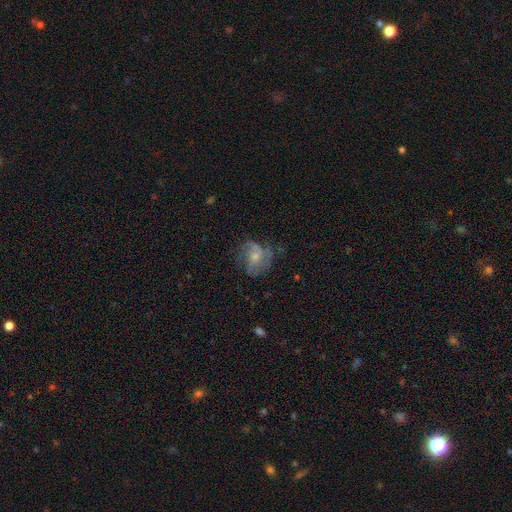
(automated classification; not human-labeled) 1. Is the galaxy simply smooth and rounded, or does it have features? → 63% featured or disk, 28% smooth, 9% star or artifact.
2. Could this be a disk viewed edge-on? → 98% no, 2% yes.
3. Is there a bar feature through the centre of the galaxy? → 74% no, 23% weak, 3% strong.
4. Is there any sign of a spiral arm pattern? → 78% yes, 22% no.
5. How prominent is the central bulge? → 46% moderate, 44% small, 6% none, 3% large, 1% dominant.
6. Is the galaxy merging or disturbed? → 53% none, 25% minor disturbance, 20% major disturbance, 2% merger.